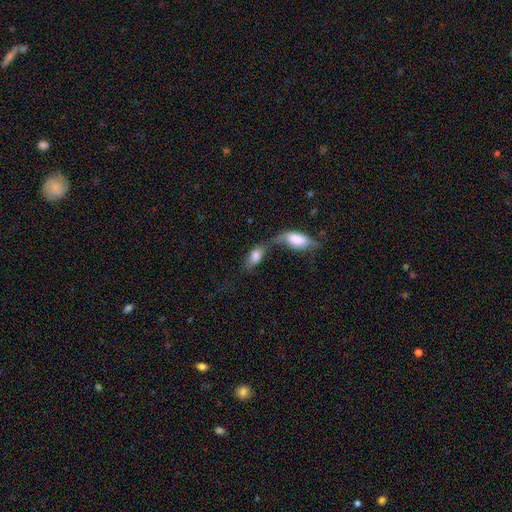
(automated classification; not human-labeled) Smooth or featured? smooth (78%)
How rounded? in between (89%)
Merging? merger (63%)